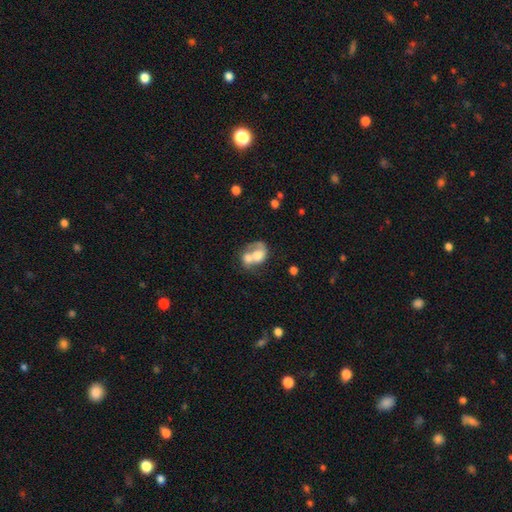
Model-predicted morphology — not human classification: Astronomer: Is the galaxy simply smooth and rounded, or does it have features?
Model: smooth — 49% (runner-up: featured or disk, 42%).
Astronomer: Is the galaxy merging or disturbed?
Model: merger — 69%.